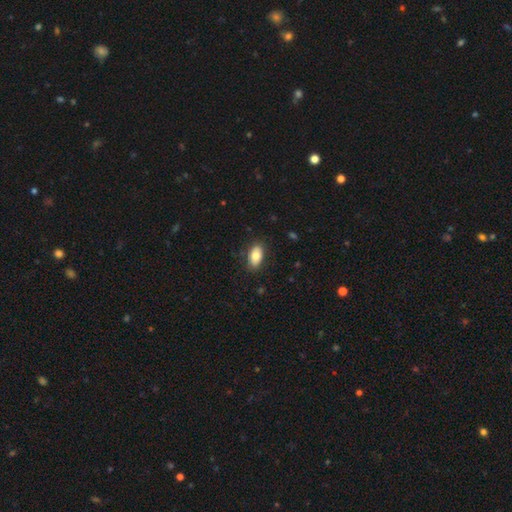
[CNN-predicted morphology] Overall: smooth (80%). How rounded: in between (92%). Merging: none (85%).